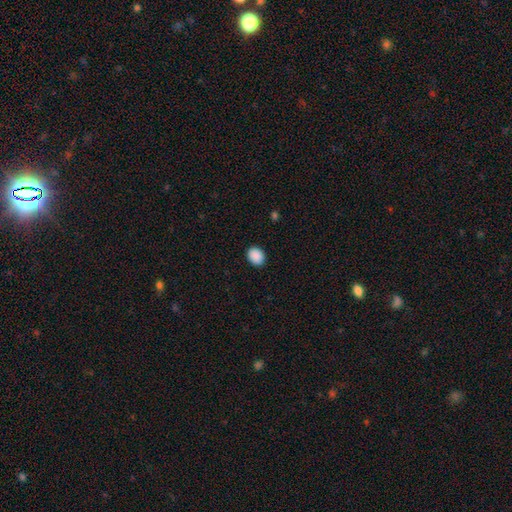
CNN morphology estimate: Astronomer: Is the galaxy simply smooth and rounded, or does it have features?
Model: smooth — 90%.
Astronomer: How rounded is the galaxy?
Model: in between — 51% (runner-up: round, 48%).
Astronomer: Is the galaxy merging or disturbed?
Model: none — 90%.